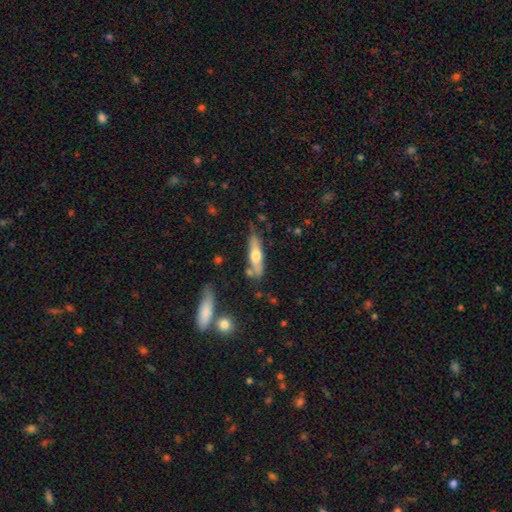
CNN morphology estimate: A smooth galaxy with no disk features (49%).

Vote fractions:
- Smooth or featured? smooth: 49% / featured or disk: 46% / star or artifact: 6%
- Merging? none: 71% / minor disturbance: 18% / merger: 7% / major disturbance: 4%